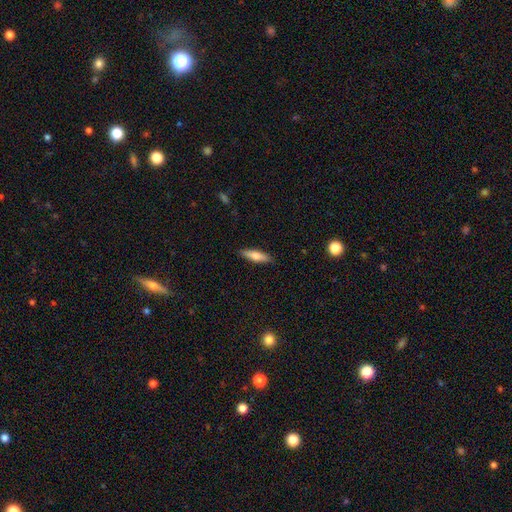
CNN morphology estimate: smooth 64%, featured or disk 29%, star or artifact 6%. Down the decision tree: how rounded — cigar-shaped (68%); merging — none (89%).